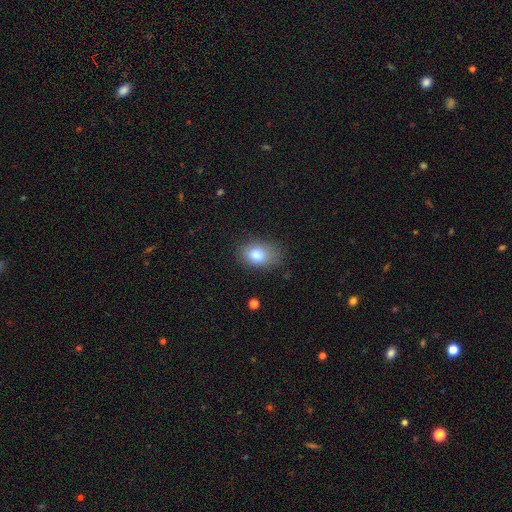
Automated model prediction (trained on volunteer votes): Smooth or featured?
  - smooth: 82% *
  - featured or disk: 10%
  - star or artifact: 9%
How rounded?
  - in between: 80% *
  - round: 19%
  - cigar-shaped: 1%
Merging?
  - none: 72% *
  - minor disturbance: 20%
  - major disturbance: 6%
  - merger: 2%